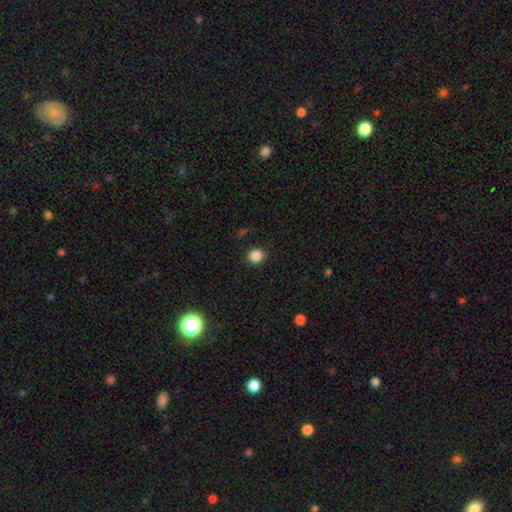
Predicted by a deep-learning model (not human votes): This appears to be a smooth galaxy with no disk features (86%) that is round (87%). Merging: none (91%).